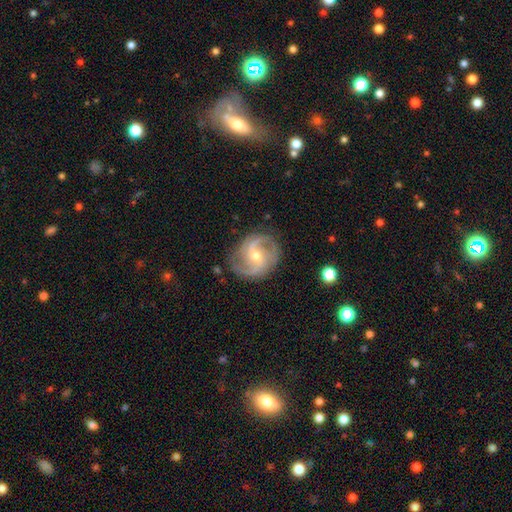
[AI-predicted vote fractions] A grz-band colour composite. It shows a featured or disk galaxy (88%) with a weak bar (44%), 2 (75%) medium (52%) spiral arms (97%) and a moderate central bulge (54%). Merging: none (79%).